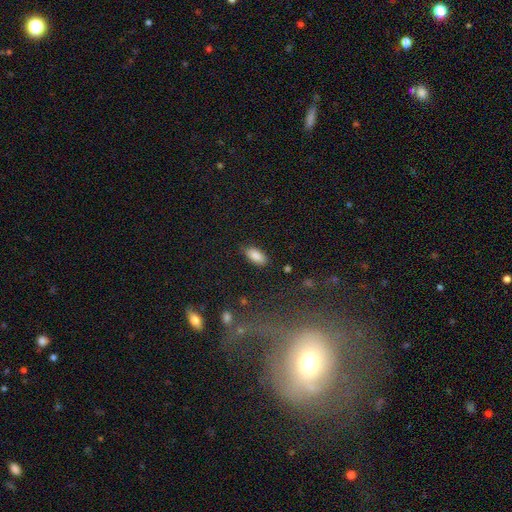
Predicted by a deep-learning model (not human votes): smooth 86%, star or artifact 7%, featured or disk 6%. Down the decision tree: how rounded — in between (90%); merging — none (82%).